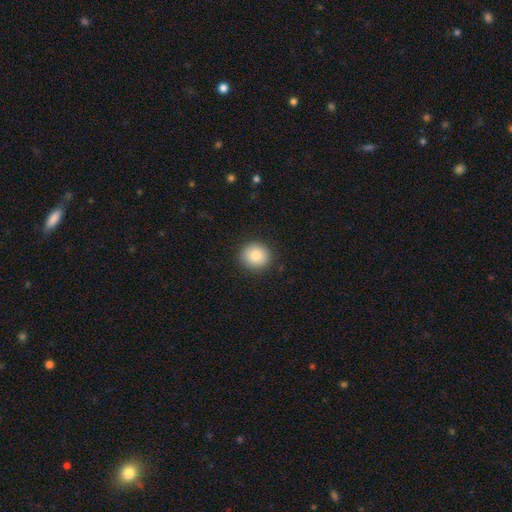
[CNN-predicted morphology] This is clearly a smooth galaxy (86%). How rounded: clearly round (88%). Merging: clearly none (90%).